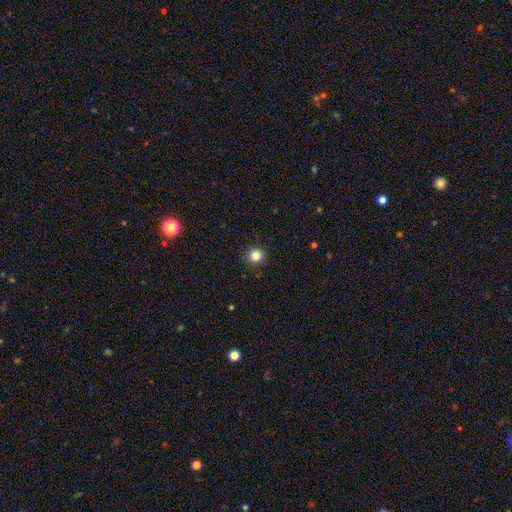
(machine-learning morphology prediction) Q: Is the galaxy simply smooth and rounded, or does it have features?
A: smooth — 84%.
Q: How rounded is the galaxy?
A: round — 95%.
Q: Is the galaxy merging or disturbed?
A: none — 91%.